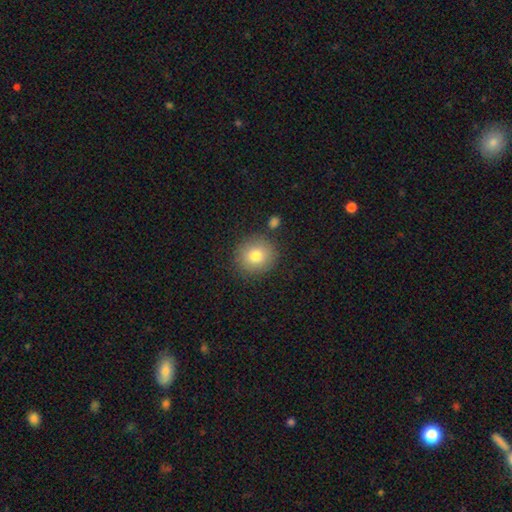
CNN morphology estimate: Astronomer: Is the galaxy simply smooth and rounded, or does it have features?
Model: smooth — 81%.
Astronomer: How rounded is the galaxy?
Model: round — 89%.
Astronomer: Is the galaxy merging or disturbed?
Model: none — 84%.